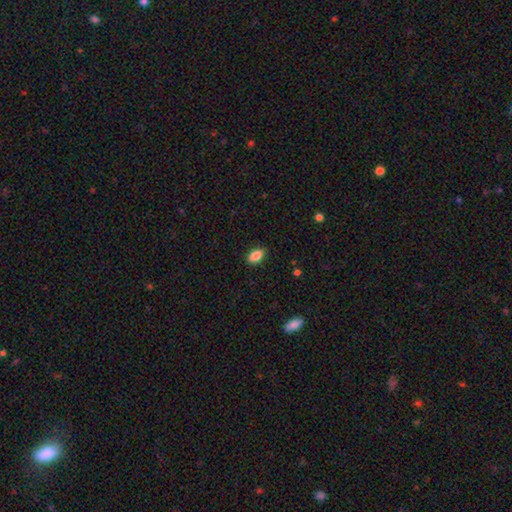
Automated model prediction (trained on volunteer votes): Smooth or featured? smooth (88%)
How rounded? in between (91%)
Merging? none (87%)